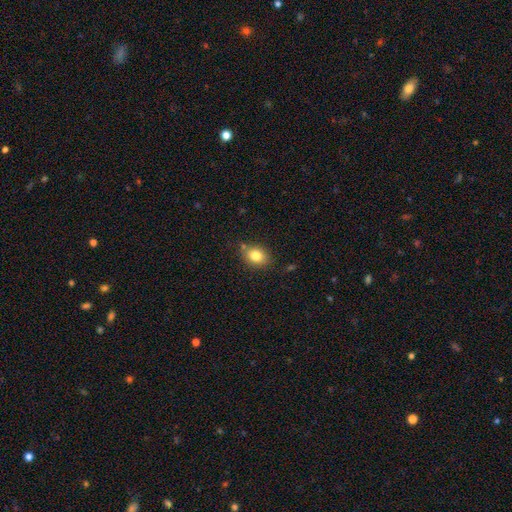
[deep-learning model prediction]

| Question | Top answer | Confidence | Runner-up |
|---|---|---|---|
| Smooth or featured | smooth | 82% | star or artifact (10%) |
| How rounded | in between | 57% | round (42%) |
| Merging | none | 78% | minor disturbance (14%) |